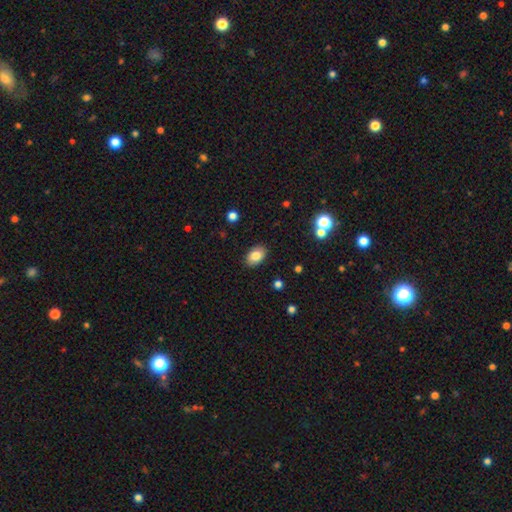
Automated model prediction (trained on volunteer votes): A smooth galaxy with no disk features (83%) that is in between round and cigar-shaped (87%).

Vote fractions:
- Smooth or featured? smooth: 83% / star or artifact: 8% / featured or disk: 8%
- How rounded? in between: 87% / round: 12% / cigar-shaped: 1%
- Merging? none: 88% / minor disturbance: 9% / major disturbance: 2% / merger: 1%